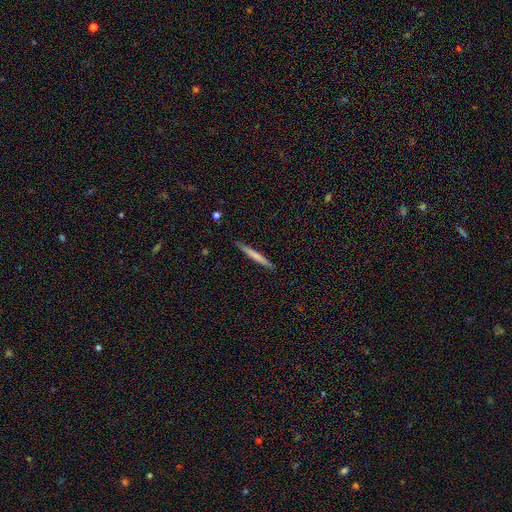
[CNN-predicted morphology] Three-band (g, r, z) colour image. It shows a smooth galaxy with no disk features (63%) that is cigar-shaped (97%). Merging: none (90%).